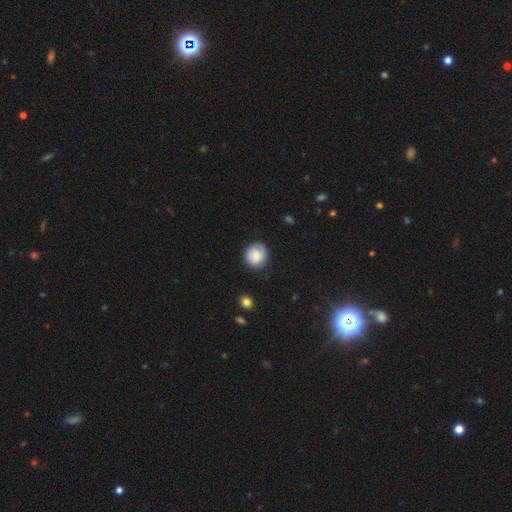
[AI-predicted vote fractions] A smooth galaxy with no disk features (65%) that is round (83%).

Vote fractions:
- Smooth or featured? smooth: 65% / featured or disk: 27% / star or artifact: 7%
- How rounded? round: 83% / in between: 16% / cigar-shaped: 1%
- Merging? none: 78% / minor disturbance: 17% / major disturbance: 4% / merger: 1%